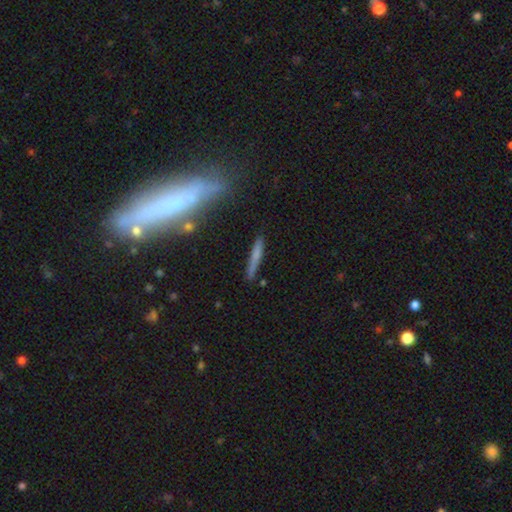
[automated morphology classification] This appears to be a smooth galaxy with no disk features (60%) that is cigar-shaped (92%). Merging: none (80%).